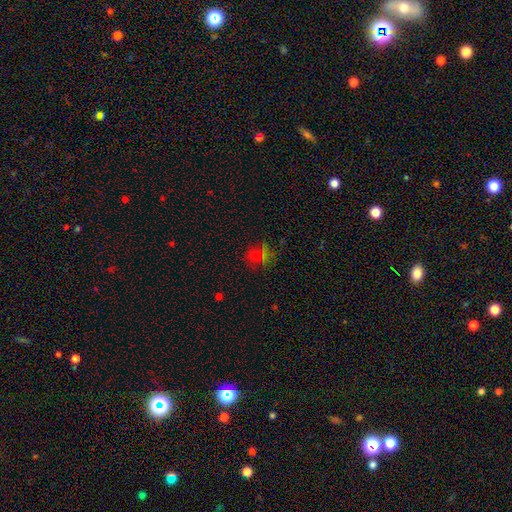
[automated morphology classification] Overall: smooth (46%; star or artifact 36%). Merging: none (65%).